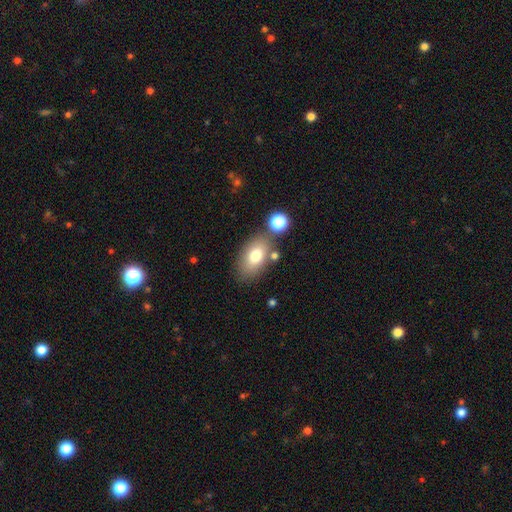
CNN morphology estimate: Smooth or featured? Predicted: smooth (p=0.76). How rounded? Predicted: in between (p=0.90). Merging? Predicted: none (p=0.70).